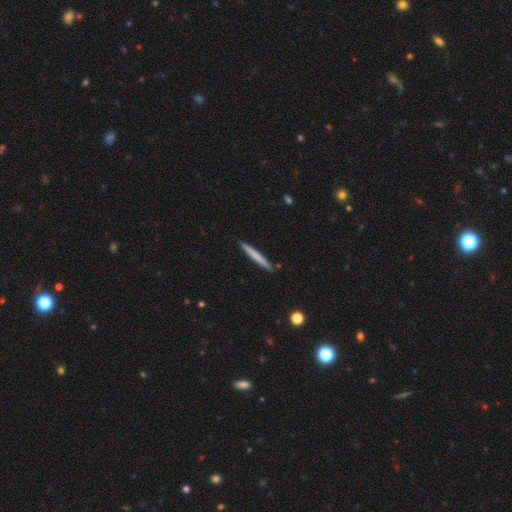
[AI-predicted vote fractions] Smooth or featured? smooth (67%)
How rounded? cigar-shaped (97%)
Merging? none (91%)